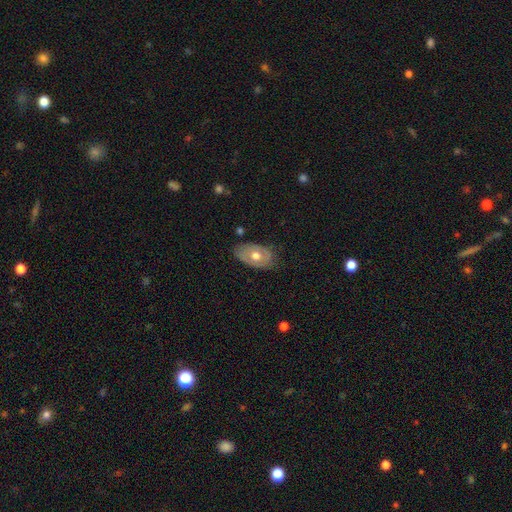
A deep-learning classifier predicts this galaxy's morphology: Smooth or featured? featured or disk (47%)
Merging? none (73%)